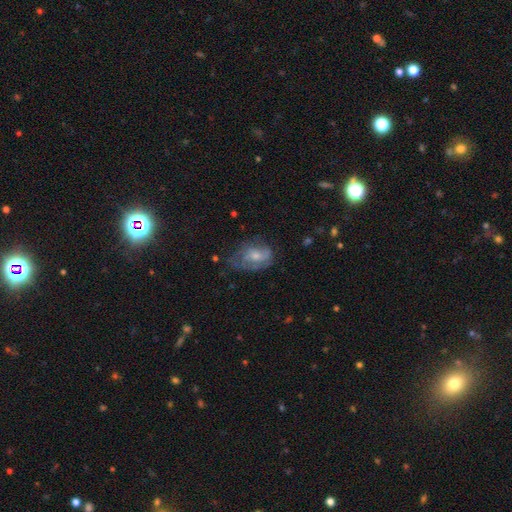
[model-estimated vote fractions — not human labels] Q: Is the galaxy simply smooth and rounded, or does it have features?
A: featured or disk — 51%.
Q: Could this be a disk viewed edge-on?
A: no — 96%.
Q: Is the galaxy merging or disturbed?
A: none — 43%.